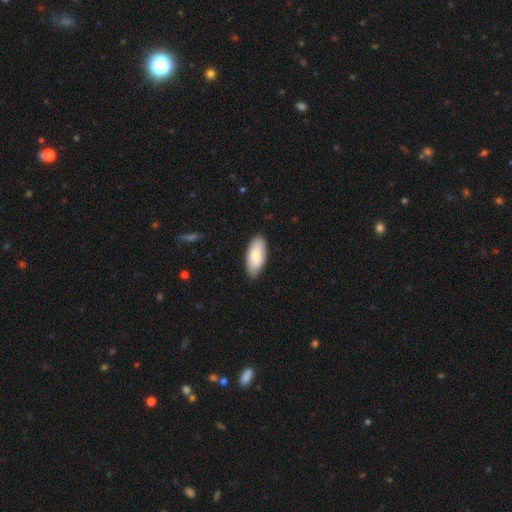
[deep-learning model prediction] Smooth or featured?
  - smooth: 83% *
  - featured or disk: 12%
  - star or artifact: 5%
How rounded?
  - in between: 89% *
  - cigar-shaped: 9%
  - round: 2%
Merging?
  - none: 87% *
  - minor disturbance: 10%
  - major disturbance: 2%
  - merger: 1%